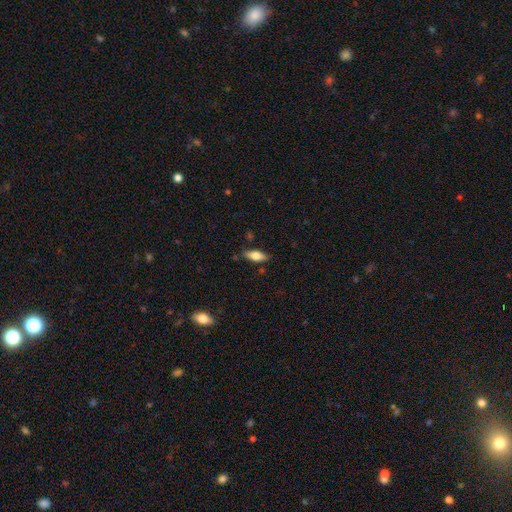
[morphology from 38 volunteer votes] Q: Smooth or featured?
A: smooth (63%); runner-up: featured or disk (34%)
Q: How rounded?
A: in between (75%); runner-up: cigar-shaped (25%)
Q: Merging?
A: none (84%); runner-up: minor disturbance (11%)